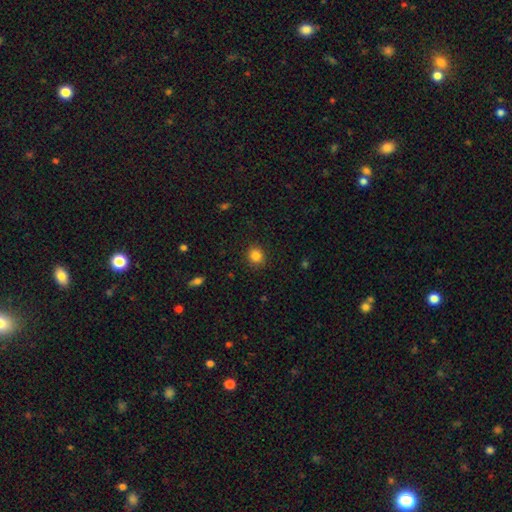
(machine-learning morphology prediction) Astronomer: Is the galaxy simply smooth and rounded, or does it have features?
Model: smooth — 85%.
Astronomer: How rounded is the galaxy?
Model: round — 81%.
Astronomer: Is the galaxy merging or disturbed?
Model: none — 90%.